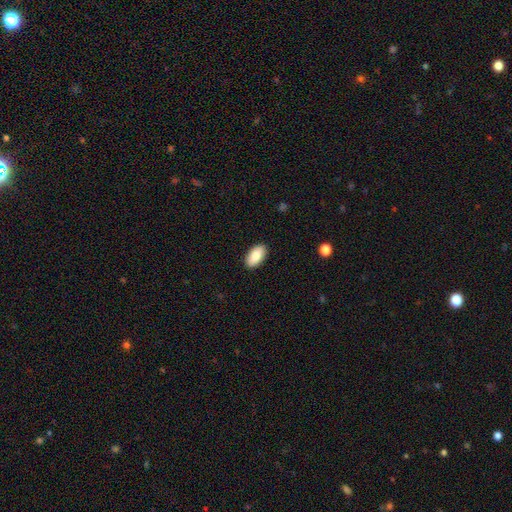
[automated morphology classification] A smooth galaxy with no disk features (82%) that is in between round and cigar-shaped (95%). Merging: none (90%).